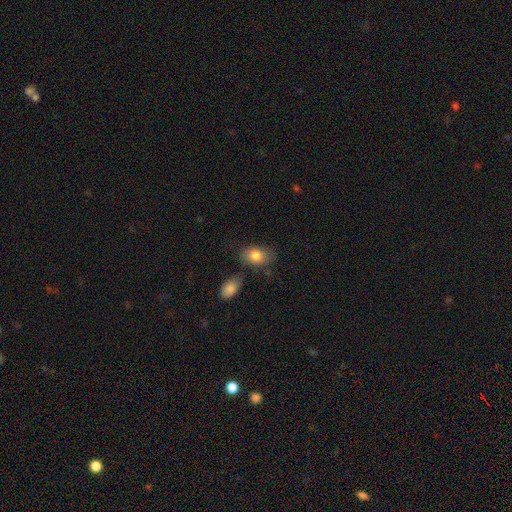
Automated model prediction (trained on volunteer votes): A smooth galaxy with no disk features (83%) that is in between round and cigar-shaped (81%).

Vote fractions:
- Smooth or featured? smooth: 83% / featured or disk: 10% / star or artifact: 7%
- How rounded? in between: 81% / round: 18% / cigar-shaped: 1%
- Merging? none: 66% / minor disturbance: 18% / merger: 10% / major disturbance: 5%